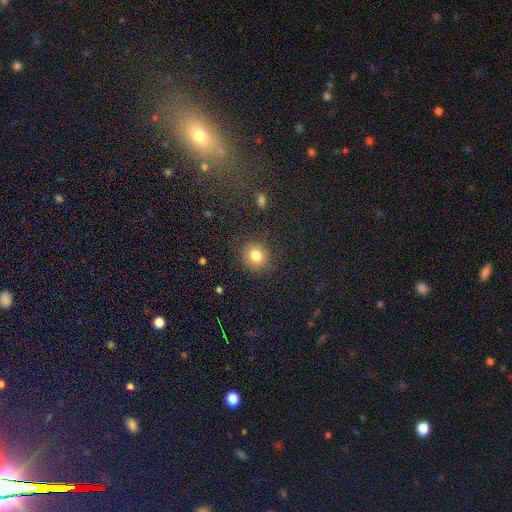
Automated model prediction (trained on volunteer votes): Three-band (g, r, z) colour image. It shows a smooth galaxy with no disk features (82%) that is round (81%). Merging: none (87%).